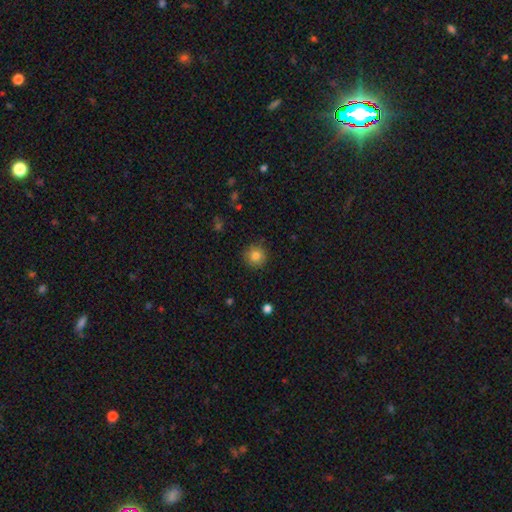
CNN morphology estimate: smooth 83%, star or artifact 10%, featured or disk 7%. Down the decision tree: how rounded — round (94%); merging — none (90%).